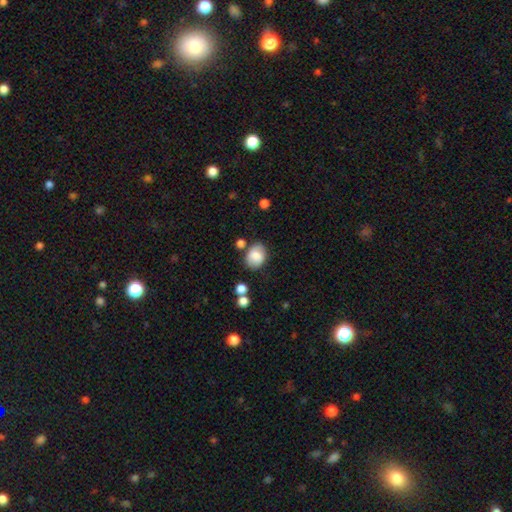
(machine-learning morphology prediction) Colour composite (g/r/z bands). It shows a smooth galaxy with no disk features (78%) that is in between round and cigar-shaped (52%). Merging: none (69%).